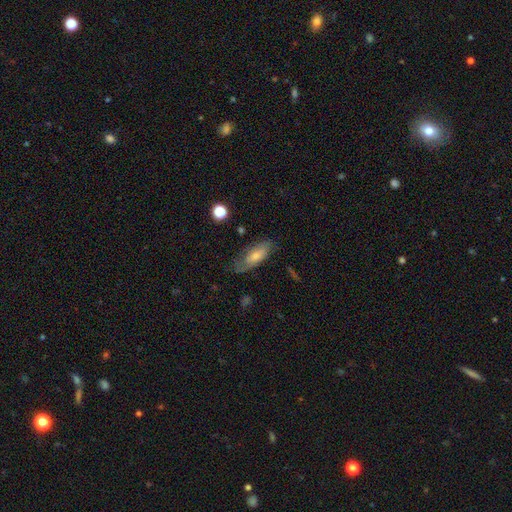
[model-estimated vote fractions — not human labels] Overall: smooth (52%; featured or disk 40%). How rounded: in between (78%). Merging: none (62%; minor disturbance 26%).